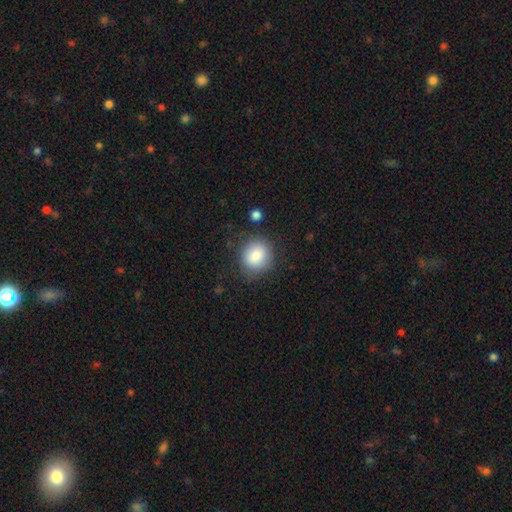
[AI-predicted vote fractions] Smooth or featured? Predicted: smooth (p=0.86). How rounded? Predicted: round (p=0.77). Merging? Predicted: none (p=0.78).